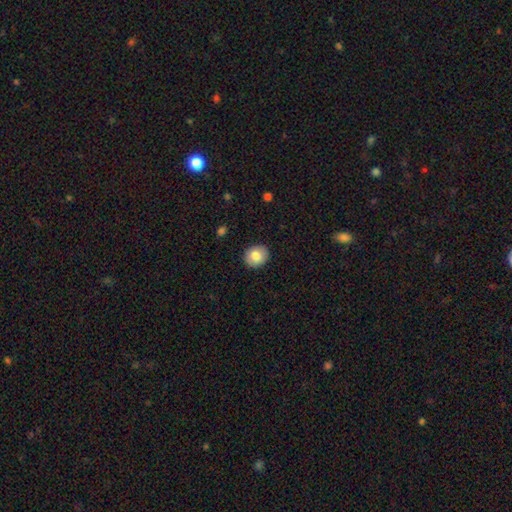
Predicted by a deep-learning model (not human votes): A smooth galaxy with no disk features (81%) that is round (70%). Merging: none (91%).